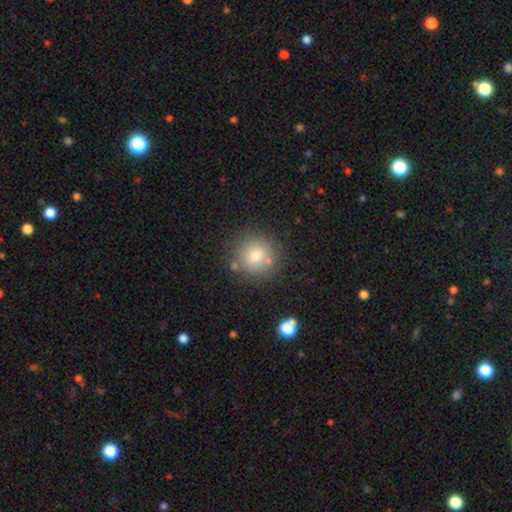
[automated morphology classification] Smooth or featured?
  - smooth: 77% *
  - star or artifact: 12%
  - featured or disk: 12%
How rounded?
  - round: 91% *
  - in between: 8%
  - cigar-shaped: 1%
Merging?
  - none: 78% *
  - minor disturbance: 11%
  - merger: 8%
  - major disturbance: 3%